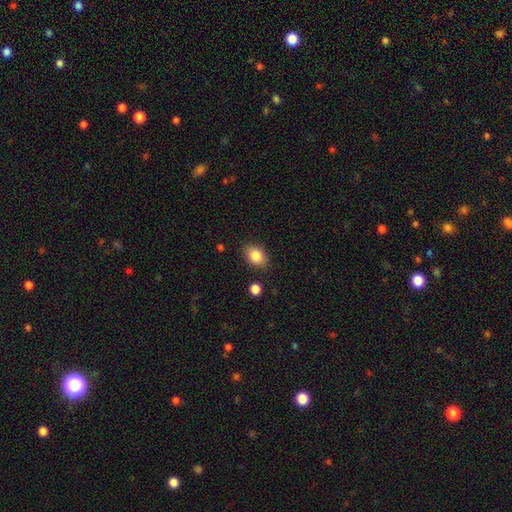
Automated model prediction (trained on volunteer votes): This appears to be a smooth galaxy with no disk features (84%) that is in between round and cigar-shaped (76%). Merging: none (84%).